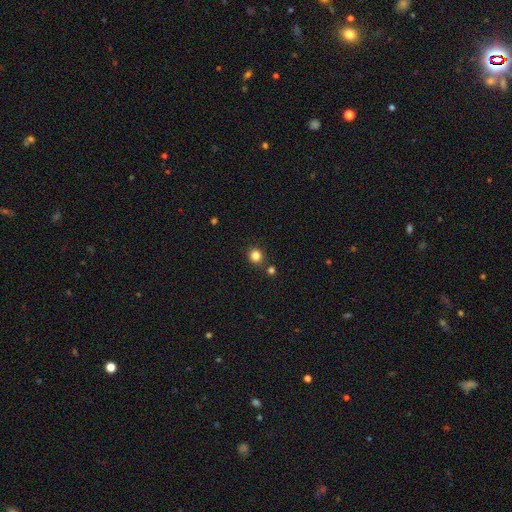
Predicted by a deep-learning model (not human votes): Overall: smooth (83%). How rounded: round (89%). Merging: none (83%).